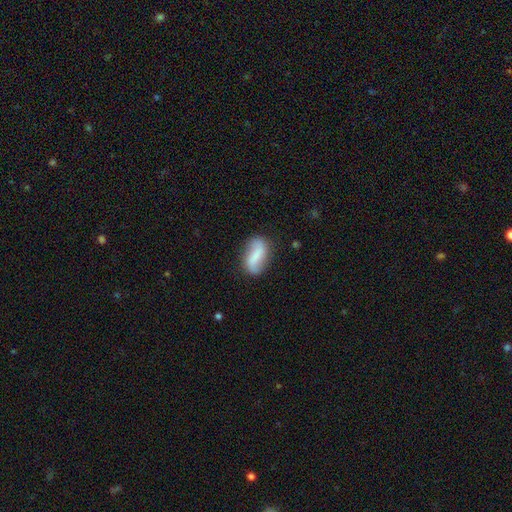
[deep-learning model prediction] The model was most divided on "smooth or featured": smooth: 54%, featured or disk: 38%, star or artifact: 7%. More confident: how rounded — in between (84%); merging — none (75%).